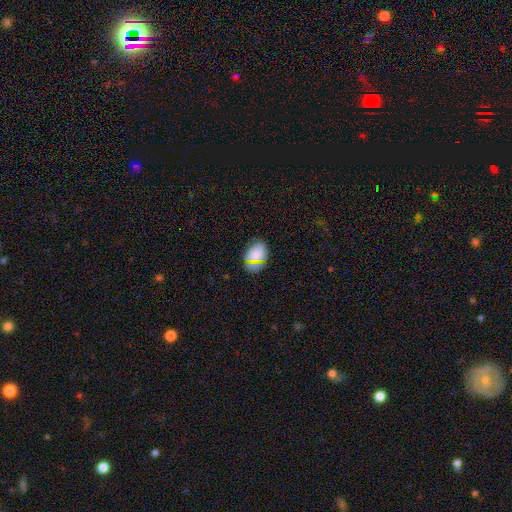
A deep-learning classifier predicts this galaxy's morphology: Smooth or featured? smooth (73%)
How rounded? in between (66%)
Merging? none (74%)